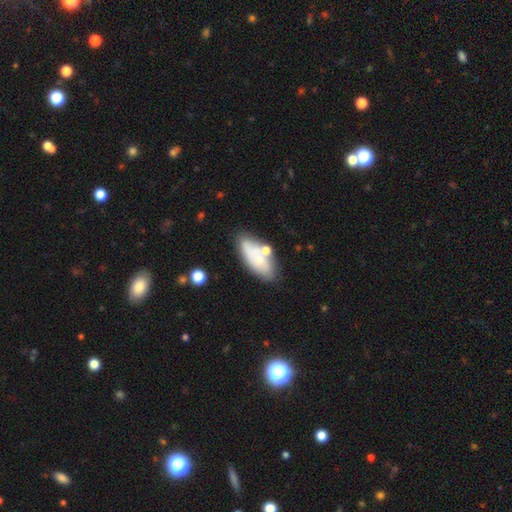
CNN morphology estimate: Smooth or featured? Predicted: smooth (p=0.59). How rounded? Predicted: in between (p=0.80). Merging? Predicted: none (p=0.67).